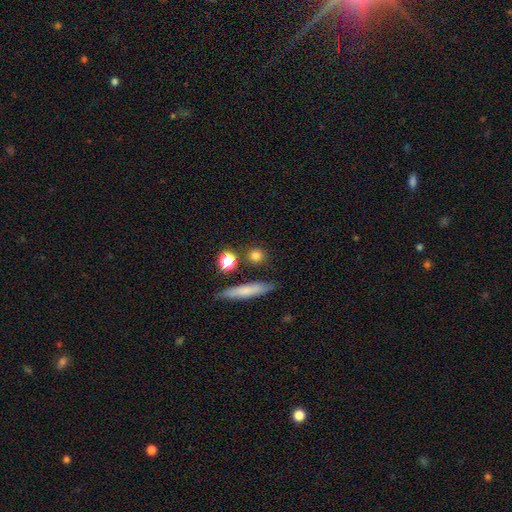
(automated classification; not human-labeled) Overall: smooth (79%). How rounded: round (81%). Merging: none (83%).